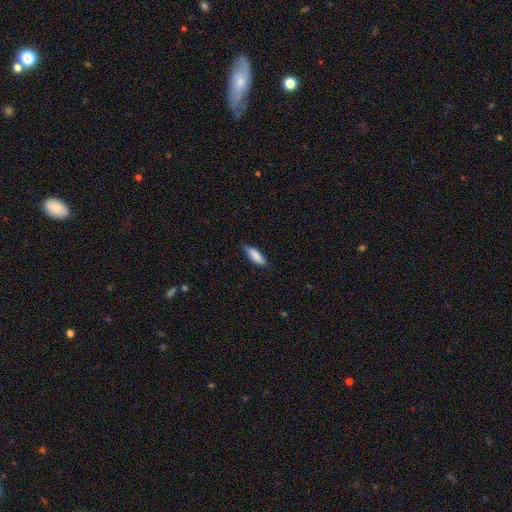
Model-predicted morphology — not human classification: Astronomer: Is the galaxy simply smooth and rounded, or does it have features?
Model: smooth — 85%.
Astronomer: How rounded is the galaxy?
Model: in between — 59% (runner-up: cigar-shaped, 39%).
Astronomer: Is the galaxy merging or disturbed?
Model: none — 76%.